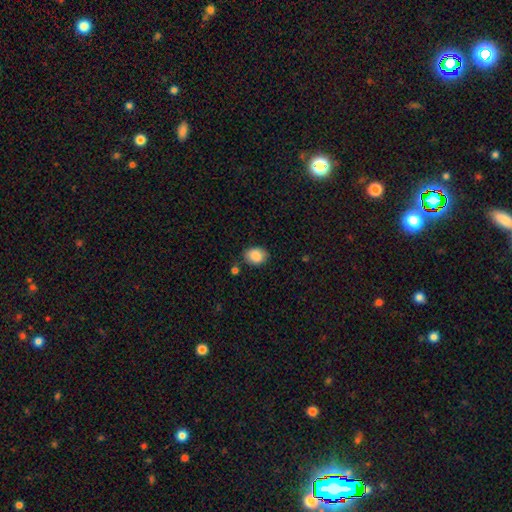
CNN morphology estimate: Smooth or featured? Predicted: smooth (p=0.87). How rounded? Predicted: in between (p=0.60). Merging? Predicted: none (p=0.79).